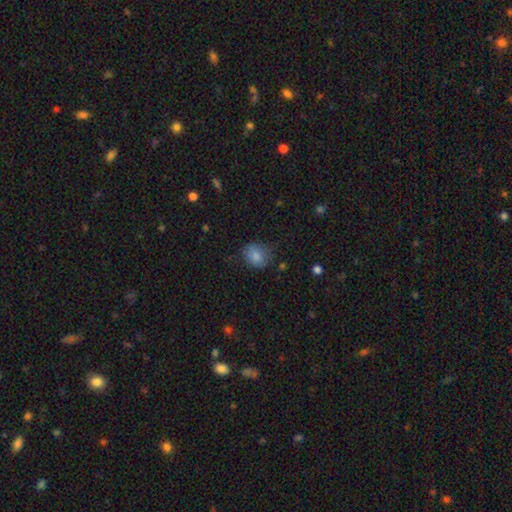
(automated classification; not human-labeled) The model was most divided on "how rounded": round: 56%, in between: 43%, cigar-shaped: 1%. More confident: smooth or featured — smooth (82%); merging — none (66%).